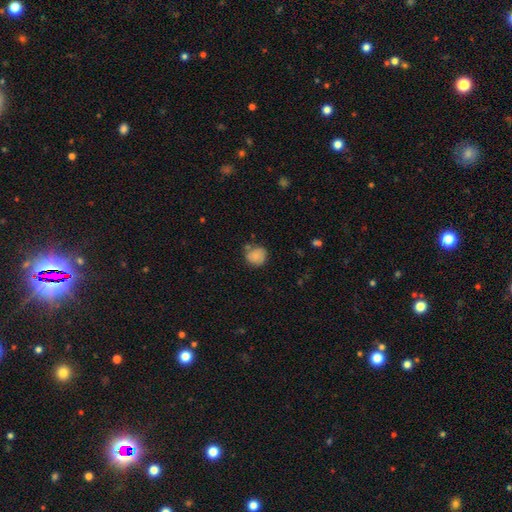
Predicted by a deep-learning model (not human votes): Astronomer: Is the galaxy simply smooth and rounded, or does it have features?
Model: smooth — 81%.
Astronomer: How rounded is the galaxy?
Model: round — 82%.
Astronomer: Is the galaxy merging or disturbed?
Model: none — 62%.